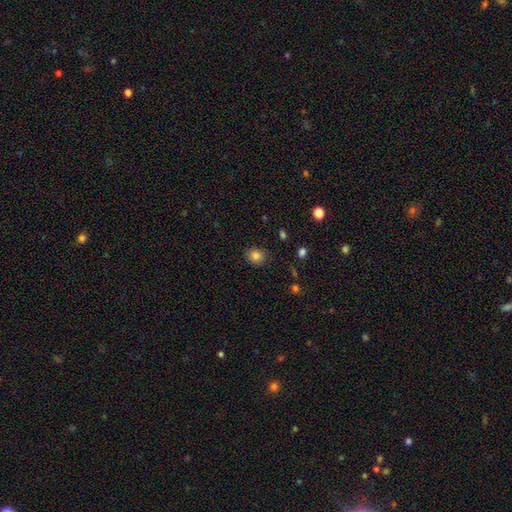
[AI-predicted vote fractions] Smooth or featured? smooth (84%)
How rounded? round (72%)
Merging? none (86%)